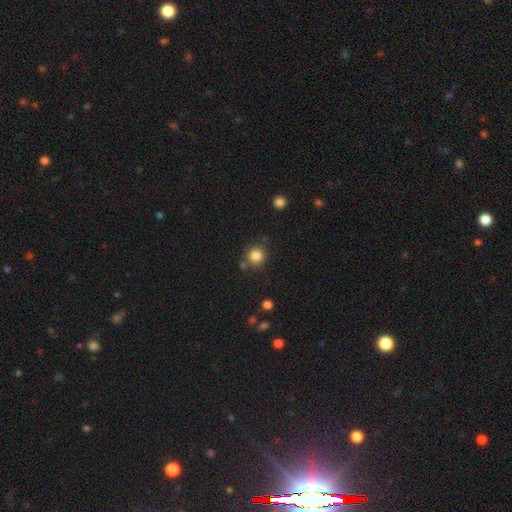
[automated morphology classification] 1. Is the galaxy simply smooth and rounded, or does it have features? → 84% smooth, 11% star or artifact, 5% featured or disk.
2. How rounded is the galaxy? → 93% round, 6% in between, 1% cigar-shaped.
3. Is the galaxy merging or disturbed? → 80% none, 9% minor disturbance, 8% merger, 3% major disturbance.